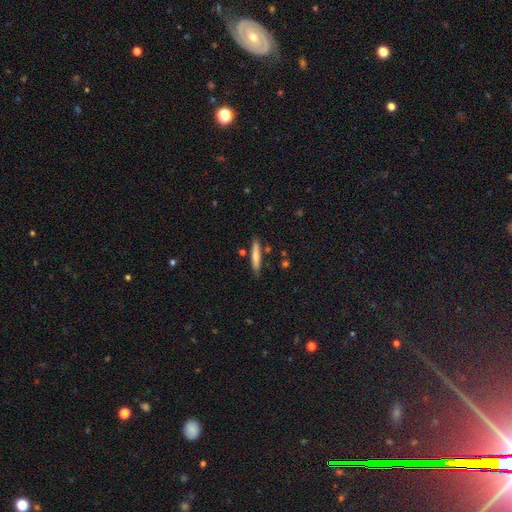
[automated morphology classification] The model was most divided on "smooth or featured": smooth: 73%, featured or disk: 21%, star or artifact: 6%. More confident: how rounded — cigar-shaped (92%); merging — none (84%).